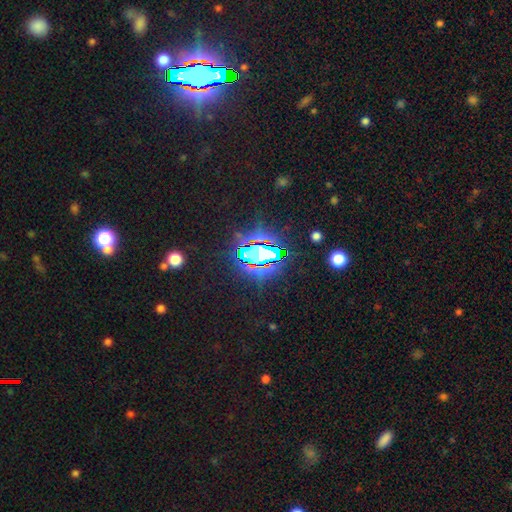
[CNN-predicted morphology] Overall: star or artifact (73%).